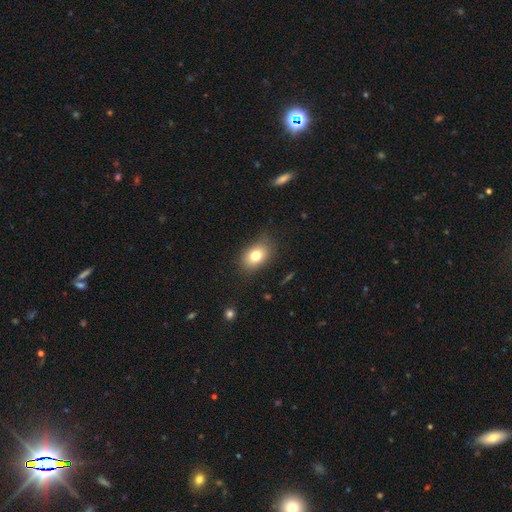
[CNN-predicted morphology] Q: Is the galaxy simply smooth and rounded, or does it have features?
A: smooth — 78%.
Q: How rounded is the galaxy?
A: in between — 76%.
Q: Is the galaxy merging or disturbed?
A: none — 80%.